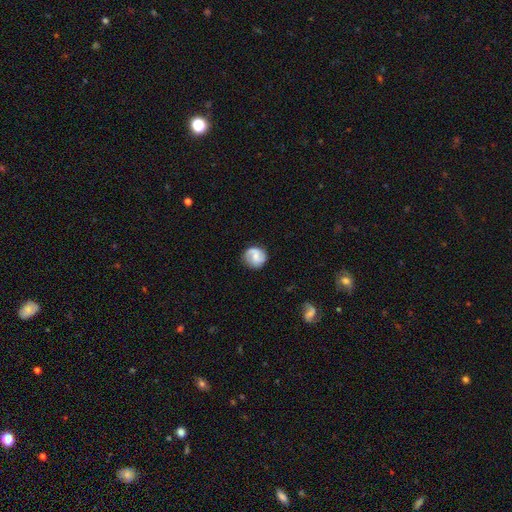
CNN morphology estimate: smooth_or_featured: featured or disk (p=0.49) [alt: smooth p=0.44]
merging: none (p=0.77) [alt: minor disturbance p=0.16]